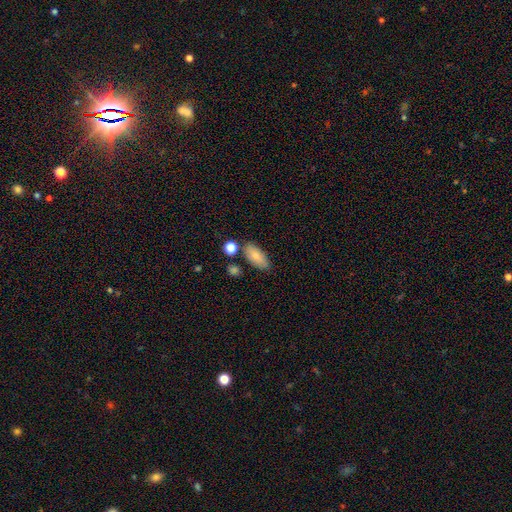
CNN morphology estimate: Q: Smooth or featured?
A: smooth (80%); runner-up: featured or disk (12%)
Q: How rounded?
A: in between (89%); runner-up: cigar-shaped (7%)
Q: Merging?
A: none (73%); runner-up: minor disturbance (16%)